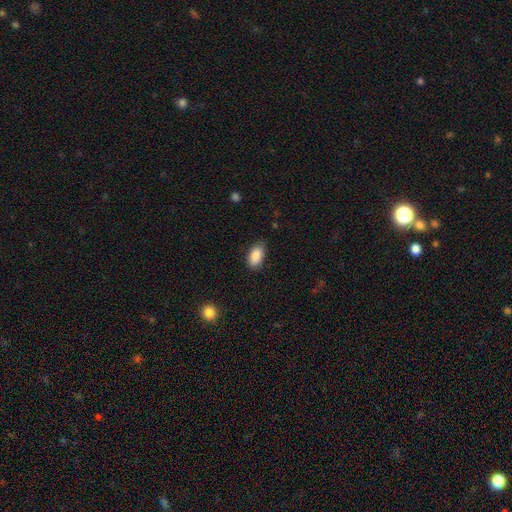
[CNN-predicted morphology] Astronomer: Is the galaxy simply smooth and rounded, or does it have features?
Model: smooth — 89%.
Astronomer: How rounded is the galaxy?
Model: in between — 93%.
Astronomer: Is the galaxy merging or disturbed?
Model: none — 81%.